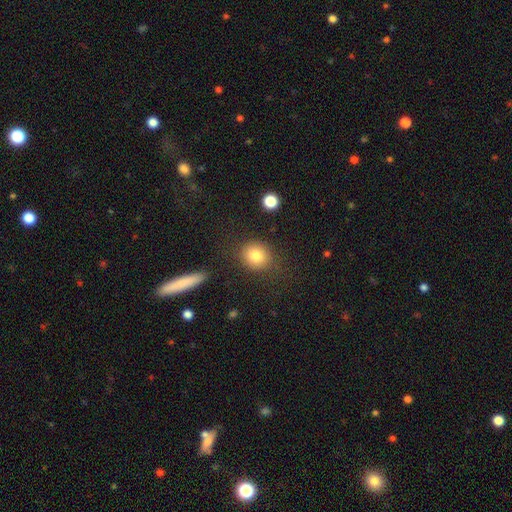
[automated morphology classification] Overall: smooth (82%). How rounded: round (76%). Merging: none (82%).